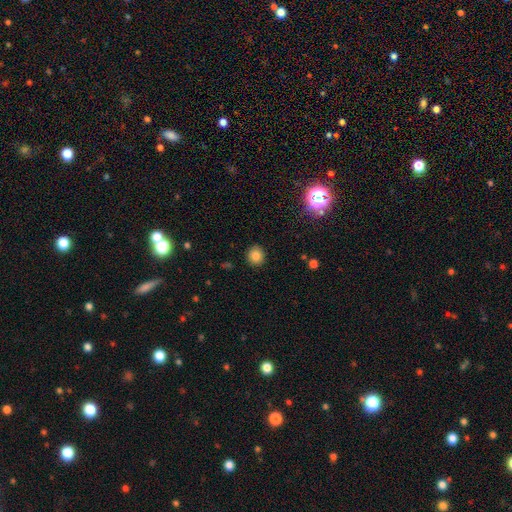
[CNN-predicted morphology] type=smooth (83%); roundness=round (87%); merging=none (91%).